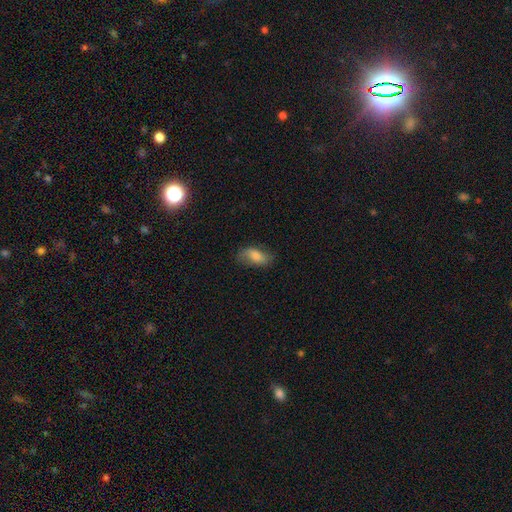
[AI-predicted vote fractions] smooth 65%, featured or disk 26%, star or artifact 9%. Down the decision tree: how rounded — in between (89%); merging — none (71%).